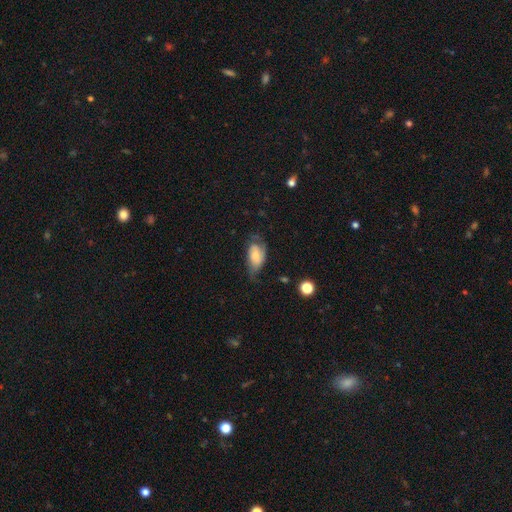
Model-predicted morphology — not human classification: Q: Smooth or featured?
A: smooth (51%); runner-up: featured or disk (41%)
Q: How rounded?
A: in between (90%); runner-up: round (6%)
Q: Merging?
A: none (43%); runner-up: minor disturbance (36%)